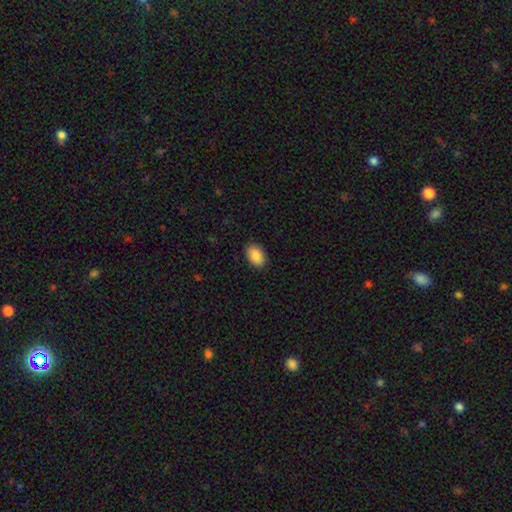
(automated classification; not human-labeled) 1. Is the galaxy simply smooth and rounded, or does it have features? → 89% smooth, 7% star or artifact, 4% featured or disk.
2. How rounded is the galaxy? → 86% in between, 13% round, 1% cigar-shaped.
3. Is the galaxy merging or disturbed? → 89% none, 8% minor disturbance, 2% major disturbance, 1% merger.